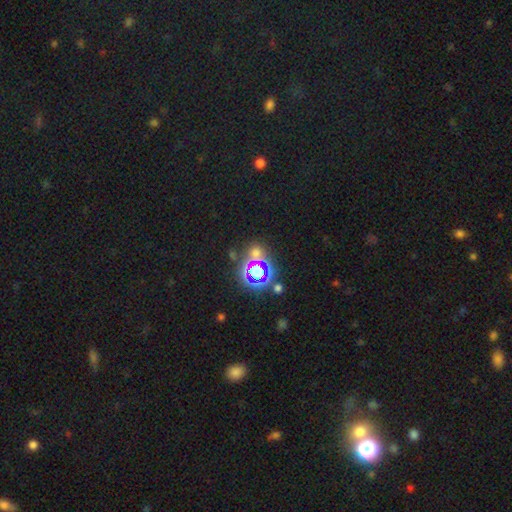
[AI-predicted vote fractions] Smooth or featured: star or artifact — 68% (smooth — 23%)